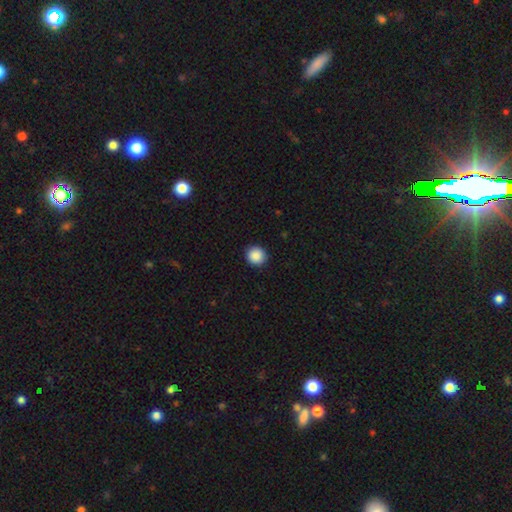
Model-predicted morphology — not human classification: A smooth galaxy with no disk features (89%) that is round (93%).

Vote fractions:
- Smooth or featured? smooth: 89% / star or artifact: 8% / featured or disk: 3%
- How rounded? round: 93% / in between: 6% / cigar-shaped: 1%
- Merging? none: 92% / minor disturbance: 5% / major disturbance: 2% / merger: 1%